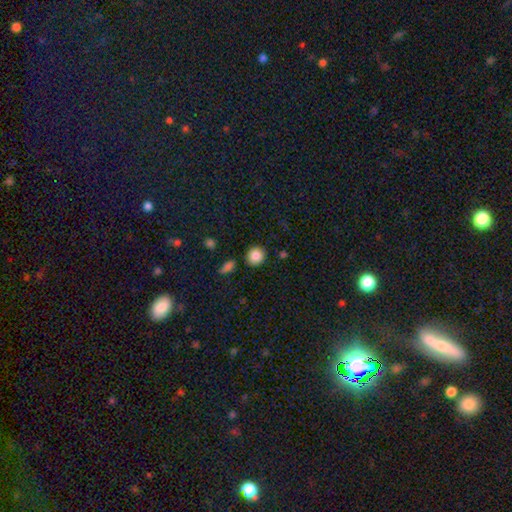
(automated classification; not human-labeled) Smooth or featured: smooth — 86% (star or artifact — 9%)
How rounded: round — 85% (in between — 14%)
Merging: none — 86% (minor disturbance — 8%)